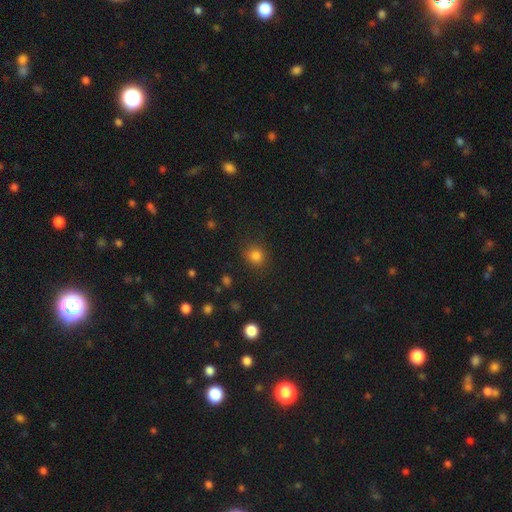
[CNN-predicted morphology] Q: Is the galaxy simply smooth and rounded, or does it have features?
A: smooth — 82%.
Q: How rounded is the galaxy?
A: round — 84%.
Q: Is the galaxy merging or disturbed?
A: none — 84%.